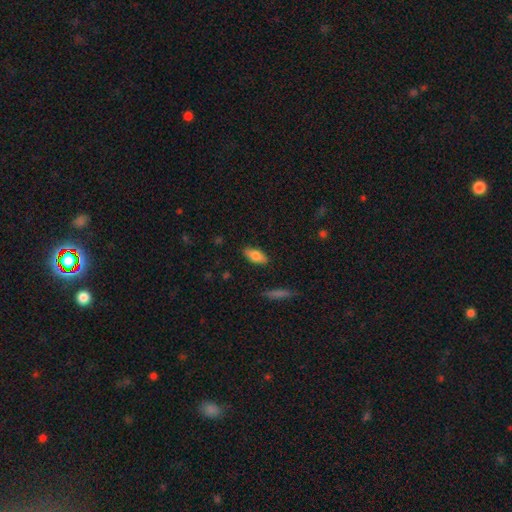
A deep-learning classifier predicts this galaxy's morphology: A smooth galaxy with no disk features (78%) that is in between round and cigar-shaped (86%).

Vote fractions:
- Smooth or featured? smooth: 78% / featured or disk: 15% / star or artifact: 7%
- How rounded? in between: 86% / cigar-shaped: 12% / round: 3%
- Merging? none: 87% / minor disturbance: 10% / major disturbance: 2% / merger: 1%